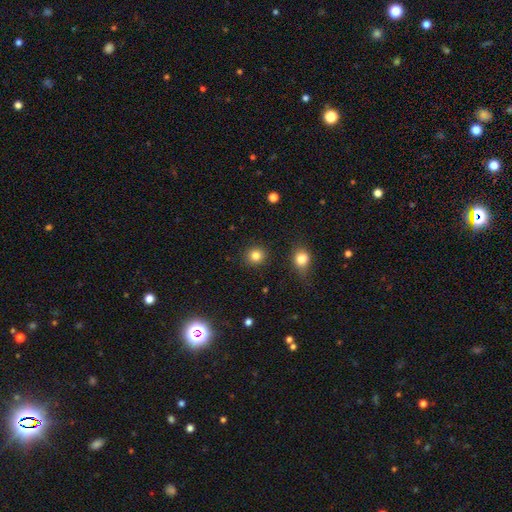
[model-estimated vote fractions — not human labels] Smooth or featured? smooth (83%)
How rounded? round (89%)
Merging? none (90%)